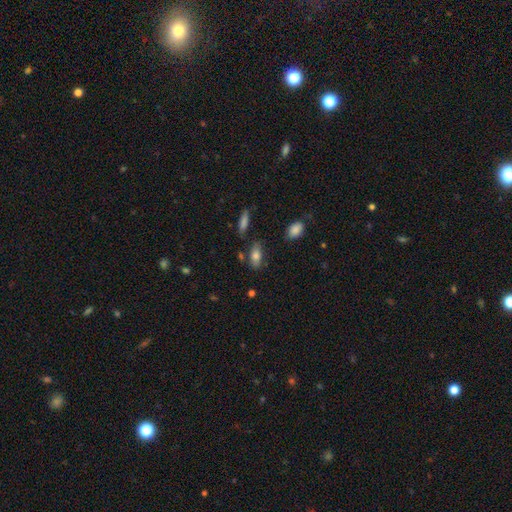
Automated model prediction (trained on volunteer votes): Smooth or featured?
  - smooth: 77% *
  - featured or disk: 14%
  - star or artifact: 9%
How rounded?
  - in between: 86% *
  - cigar-shaped: 11%
  - round: 4%
Merging?
  - none: 71% *
  - minor disturbance: 18%
  - merger: 7%
  - major disturbance: 5%